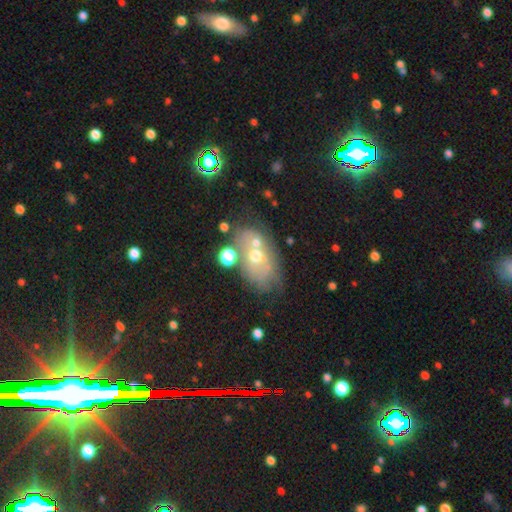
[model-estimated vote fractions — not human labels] Morphology: type=featured or disk (45%); merging=none (39%).